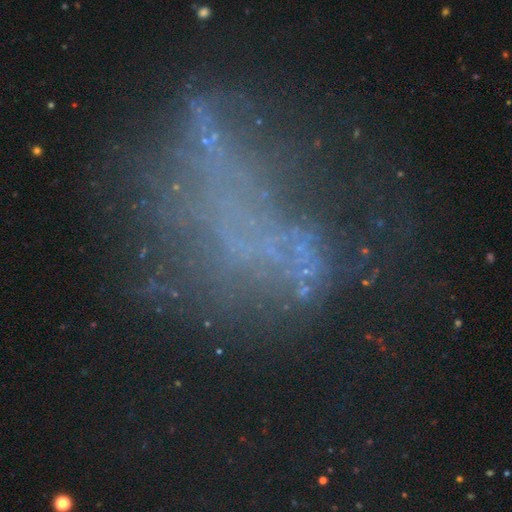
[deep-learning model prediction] Morphology: type=featured or disk (43%); merging=none (40%).